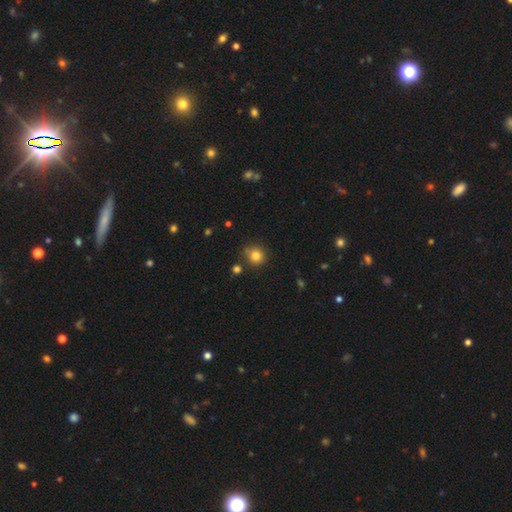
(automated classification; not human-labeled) Smooth or featured: smooth — 82% (star or artifact — 13%)
How rounded: round — 91% (in between — 8%)
Merging: none — 80% (minor disturbance — 11%)